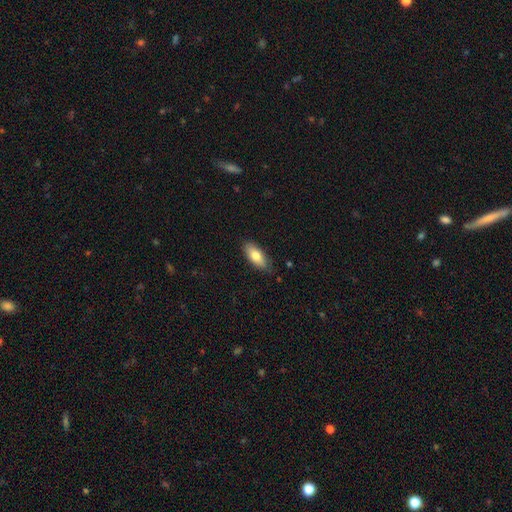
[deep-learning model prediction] Smooth or featured?
  - smooth: 78% *
  - featured or disk: 16%
  - star or artifact: 6%
How rounded?
  - in between: 83% *
  - cigar-shaped: 15%
  - round: 2%
Merging?
  - none: 81% *
  - minor disturbance: 15%
  - major disturbance: 2%
  - merger: 1%